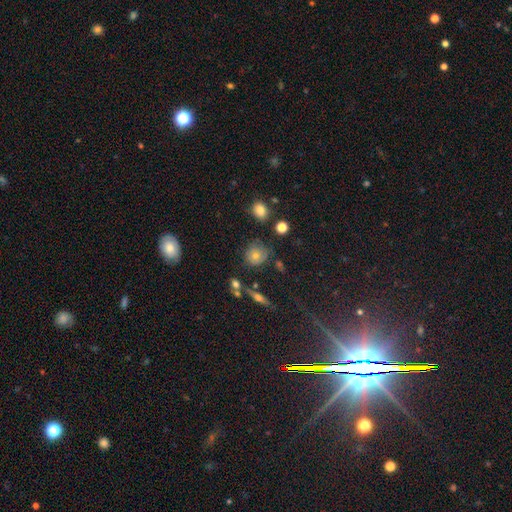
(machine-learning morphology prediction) This appears to be a smooth galaxy with no disk features (66%) that is round (81%). Merging: none (64%).